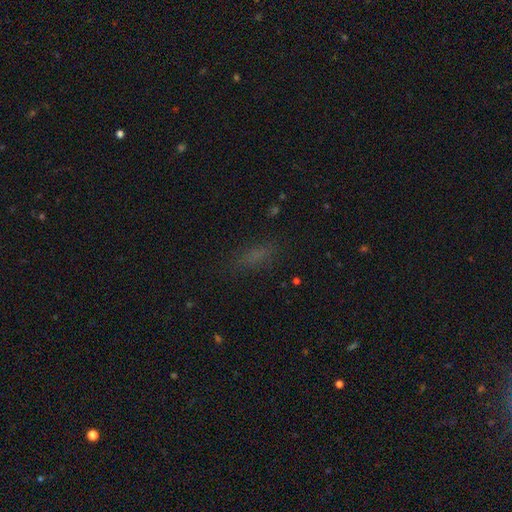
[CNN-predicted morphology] Overall: smooth (66%). How rounded: in between (52%; cigar-shaped 43%). Merging: none (76%).